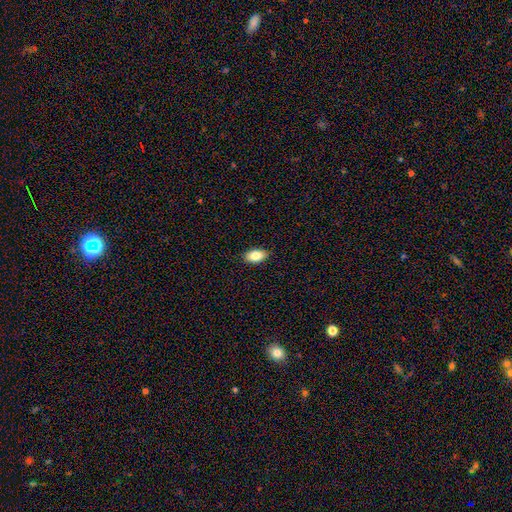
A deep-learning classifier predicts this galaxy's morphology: Smooth or featured? Predicted: smooth (p=0.83). How rounded? Predicted: in between (p=0.92). Merging? Predicted: none (p=0.88).